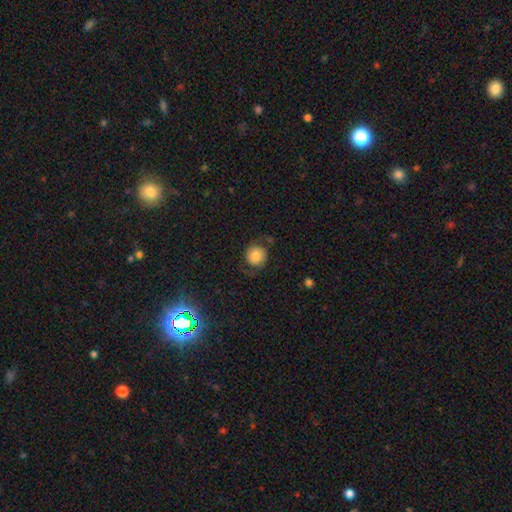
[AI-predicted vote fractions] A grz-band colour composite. It shows a smooth galaxy with no disk features (49%). Merging: none (70%).